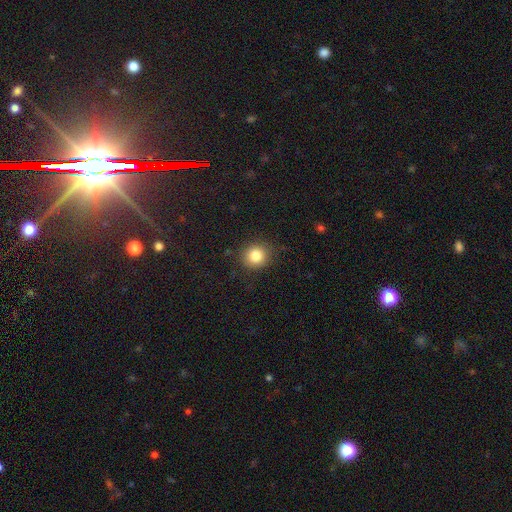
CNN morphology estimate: Smooth or featured? smooth (83%)
How rounded? round (85%)
Merging? none (87%)